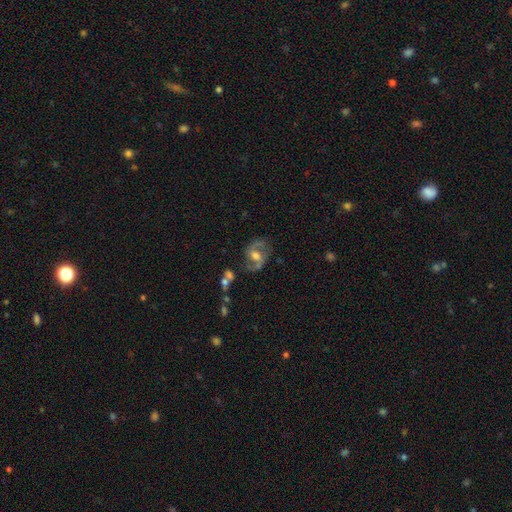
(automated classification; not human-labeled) Smooth or featured? Predicted: featured or disk (p=0.77). Edge-on disk? Predicted: no (p=0.96). Bar? Predicted: weak (p=0.46). Spiral arms? Predicted: yes (p=0.88). Spiral winding? Predicted: medium (p=0.50). Spiral arm count? Predicted: 2 (p=0.89). Bulge size? Predicted: moderate (p=0.64). Merging? Predicted: none (p=0.68).